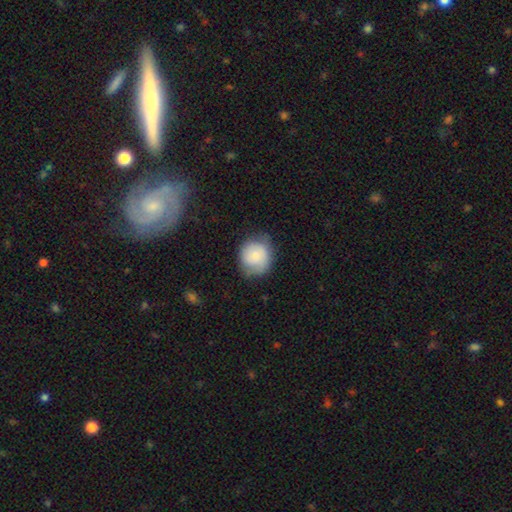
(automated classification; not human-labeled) A smooth galaxy with no disk features (73%) that is round (83%).

Vote fractions:
- Smooth or featured? smooth: 73% / featured or disk: 19% / star or artifact: 8%
- How rounded? round: 83% / in between: 16% / cigar-shaped: 1%
- Merging? none: 63% / minor disturbance: 28% / major disturbance: 8% / merger: 2%